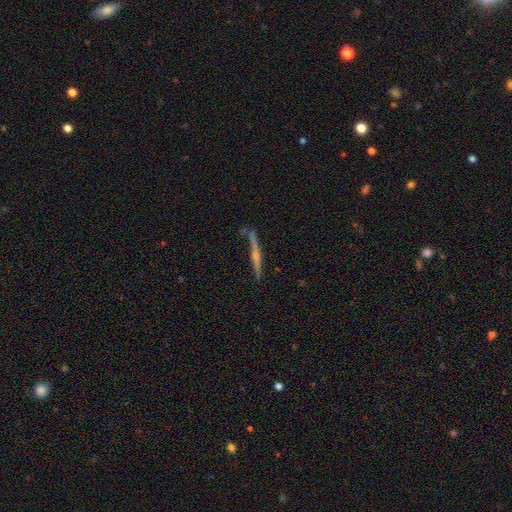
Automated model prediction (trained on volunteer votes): A featured or disk galaxy (78%) viewed edge-on (98%) with a rounded central bulge (79%). Merging: none (79%).